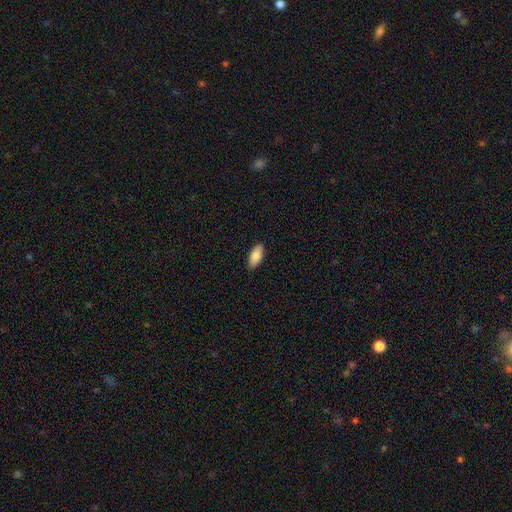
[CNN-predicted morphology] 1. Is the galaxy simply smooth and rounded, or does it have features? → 84% smooth, 10% featured or disk, 6% star or artifact.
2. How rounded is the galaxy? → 88% in between, 10% cigar-shaped, 2% round.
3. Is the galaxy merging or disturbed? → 89% none, 8% minor disturbance, 2% major disturbance, 1% merger.